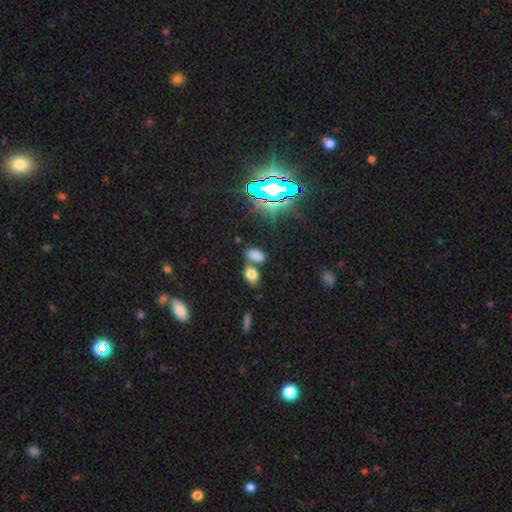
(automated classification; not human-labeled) Smooth or featured? Predicted: smooth (p=0.69). How rounded? Predicted: in between (p=0.85). Merging? Predicted: none (p=0.51).